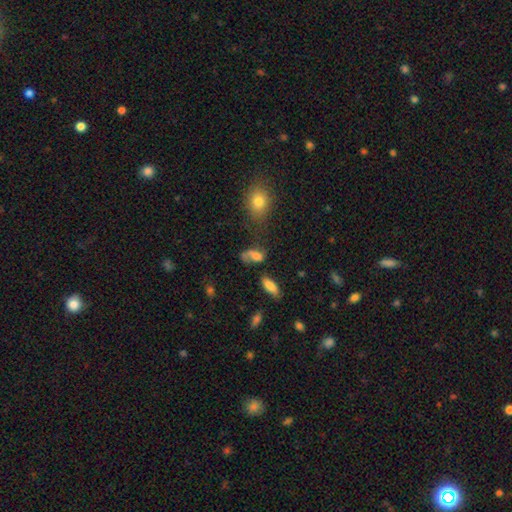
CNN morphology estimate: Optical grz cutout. It shows a smooth galaxy with no disk features (57%) that is in between round and cigar-shaped (80%). Merging: none (37%).